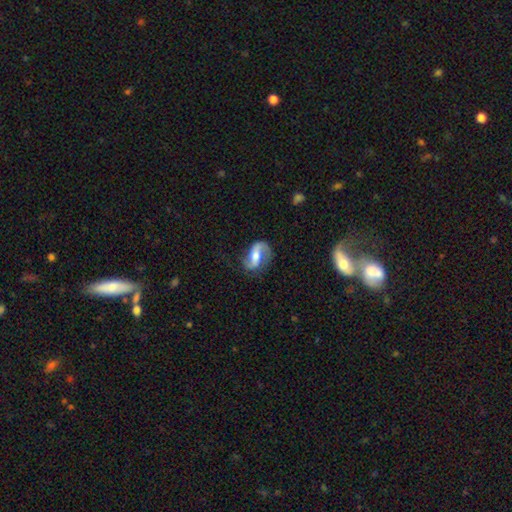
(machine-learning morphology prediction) type=featured or disk (80%); edge-on=no (96%); bar=weak (39%); spiral arms=yes (94%); winding=loose (52%); arm count=2 (85%); bulge=moderate (62%); merging=none (70%).